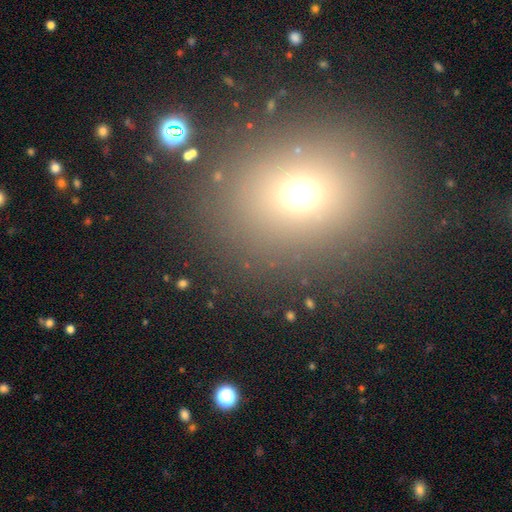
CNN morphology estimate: This appears to be a smooth galaxy with no disk features (65%) that is round (66%). Merging: none (85%).